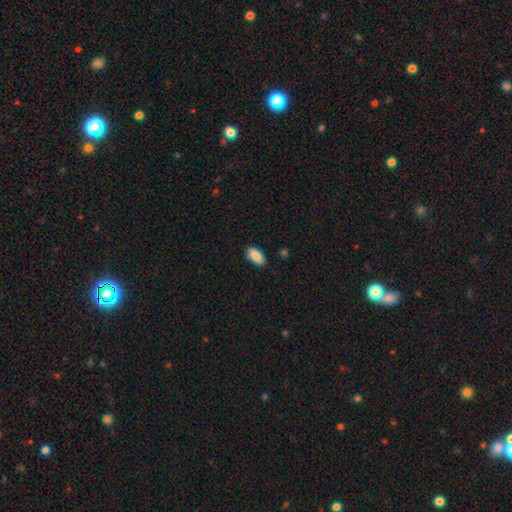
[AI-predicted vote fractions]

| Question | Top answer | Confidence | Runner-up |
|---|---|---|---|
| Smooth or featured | smooth | 86% | featured or disk (8%) |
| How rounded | in between | 91% | cigar-shaped (6%) |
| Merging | none | 86% | minor disturbance (11%) |